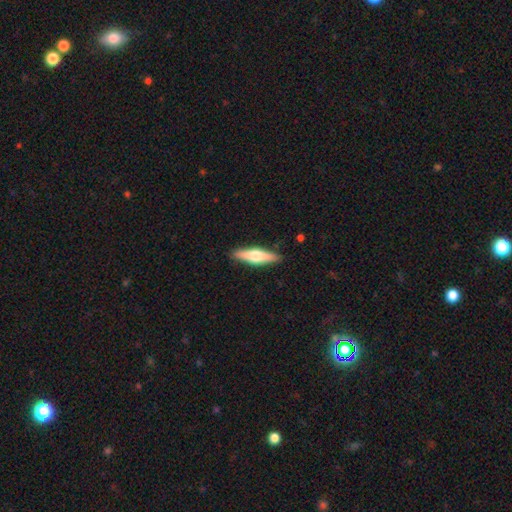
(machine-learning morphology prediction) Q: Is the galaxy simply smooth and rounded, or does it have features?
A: smooth — 48%.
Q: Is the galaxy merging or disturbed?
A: none — 89%.